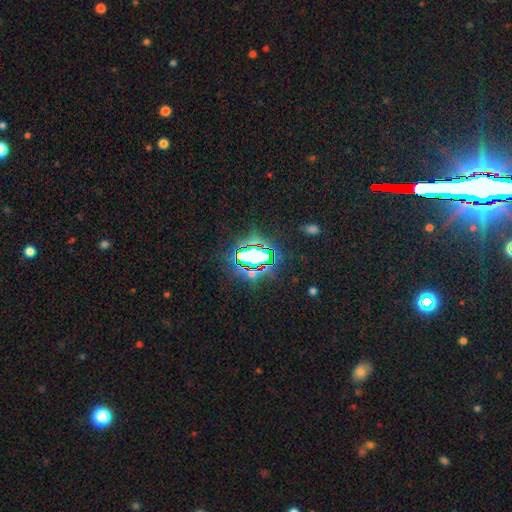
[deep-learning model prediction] A star or artifact, not a galaxy (67%).

Vote fractions:
- Smooth or featured? star or artifact: 67% / smooth: 21% / featured or disk: 12%